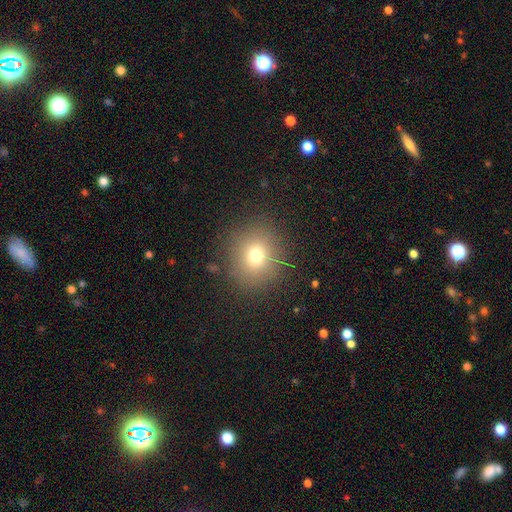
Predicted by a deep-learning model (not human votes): Overall: smooth (72%). How rounded: round (84%). Merging: none (86%).